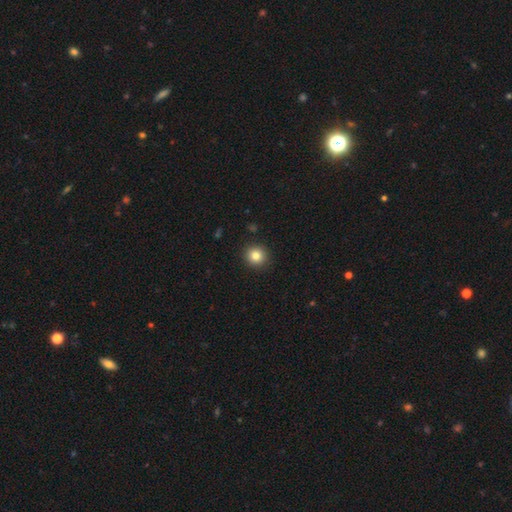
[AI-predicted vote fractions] A smooth galaxy with no disk features (83%) that is round (92%). Merging: none (92%).